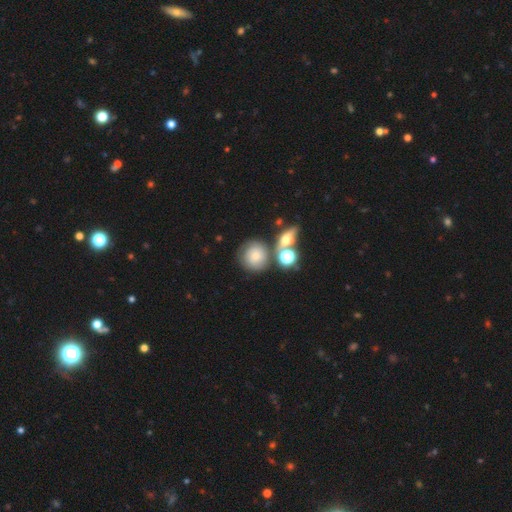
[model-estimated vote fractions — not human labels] Q: Smooth or featured?
A: smooth (52%); runner-up: featured or disk (34%)
Q: How rounded?
A: round (85%); runner-up: in between (14%)
Q: Merging?
A: none (59%); runner-up: merger (18%)